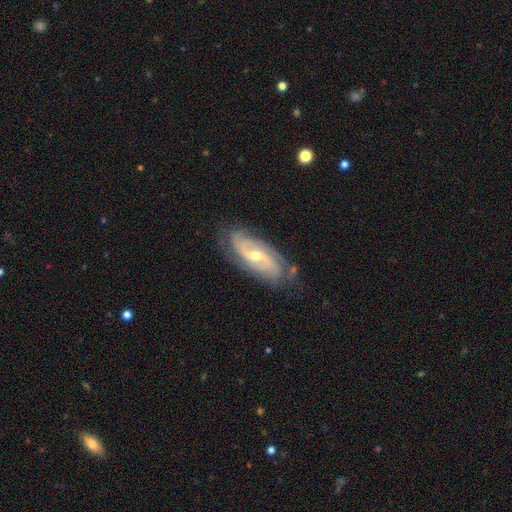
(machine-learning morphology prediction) Smooth or featured?
  - featured or disk: 87% *
  - smooth: 8%
  - star or artifact: 5%
Edge-on disk?
  - no: 93% *
  - yes: 7%
Bar?
  - weak: 42% *
  - no: 40%
  - strong: 18%
Spiral arms?
  - yes: 97% *
  - no: 3%
Spiral winding?
  - tight: 51% *
  - medium: 38%
  - loose: 11%
Spiral arm count?
  - 2: 48% *
  - 3: 21%
  - can't tell: 17%
  - 4: 7%
  - 1: 3%
  - more than 4: 3%
Bulge size?
  - moderate: 49% *
  - small: 48%
  - large: 1%
  - none: 1%
  - dominant: 1%
Merging?
  - none: 75% *
  - minor disturbance: 19%
  - major disturbance: 5%
  - merger: 2%